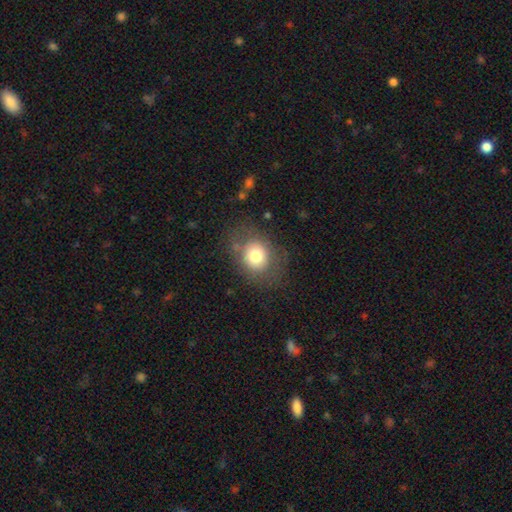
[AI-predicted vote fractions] smooth_or_featured: smooth (p=0.73) [alt: featured or disk p=0.16]
how_rounded: round (p=0.56) [alt: in between p=0.43]
merging: none (p=0.73) [alt: minor disturbance p=0.16]